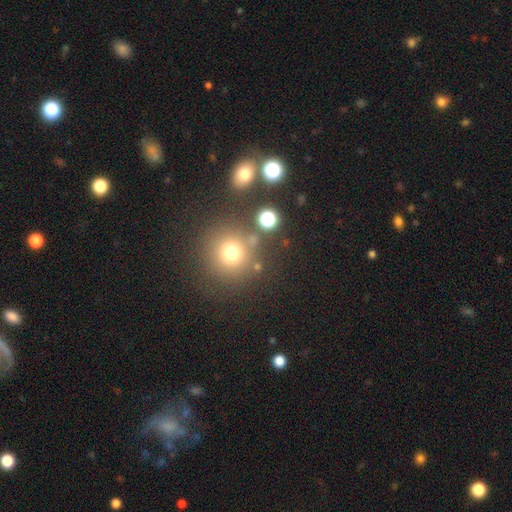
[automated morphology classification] This appears to be a smooth galaxy with no disk features (47%). Merging: none (79%).